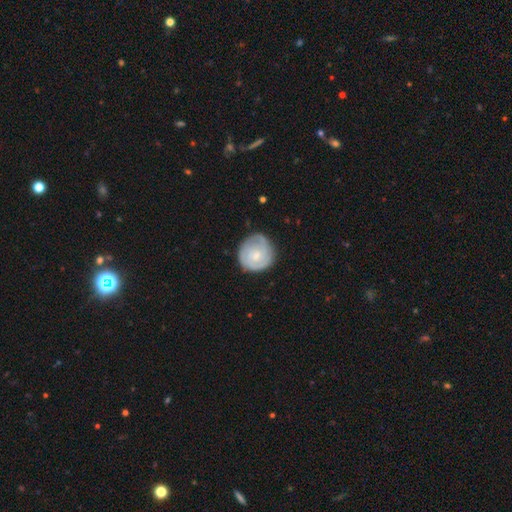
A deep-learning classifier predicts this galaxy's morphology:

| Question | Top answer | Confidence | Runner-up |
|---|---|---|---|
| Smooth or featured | featured or disk | 50% | smooth (45%) |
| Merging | none | 71% | minor disturbance (21%) |